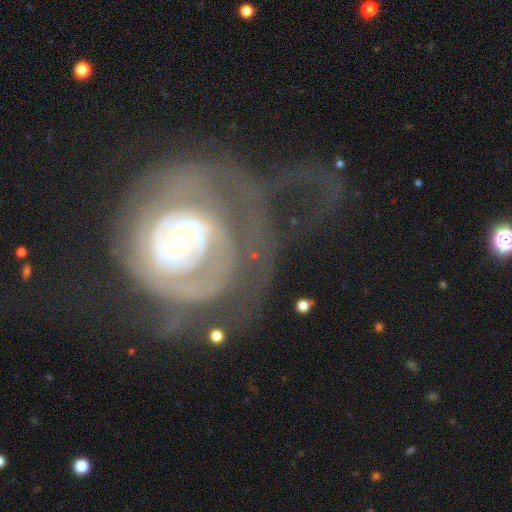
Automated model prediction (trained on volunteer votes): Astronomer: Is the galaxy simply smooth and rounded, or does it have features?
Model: featured or disk — 79%.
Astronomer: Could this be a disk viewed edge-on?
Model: no — 96%.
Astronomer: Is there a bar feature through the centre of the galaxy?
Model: no — 71%.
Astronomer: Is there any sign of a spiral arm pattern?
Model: yes — 68%.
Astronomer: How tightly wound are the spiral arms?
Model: tight — 65%.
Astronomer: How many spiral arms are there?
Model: can't tell — 46% (runner-up: 2, 24%).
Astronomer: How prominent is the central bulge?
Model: moderate — 46% (runner-up: small, 42%).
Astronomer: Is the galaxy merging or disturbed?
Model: major disturbance — 43% (runner-up: none, 39%).